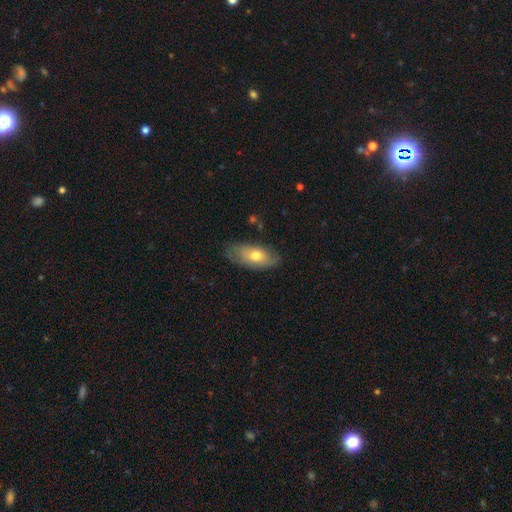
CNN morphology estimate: A smooth galaxy with no disk features (68%) that is in between round and cigar-shaped (87%).

Vote fractions:
- Smooth or featured? smooth: 68% / featured or disk: 25% / star or artifact: 6%
- How rounded? in between: 87% / cigar-shaped: 9% / round: 4%
- Merging? none: 74% / minor disturbance: 21% / major disturbance: 4% / merger: 1%